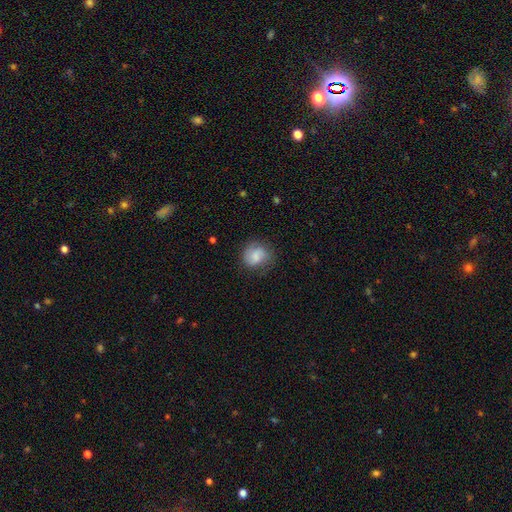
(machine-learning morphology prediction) smooth-or-featured: smooth: 66% | featured or disk: 25% | star or artifact: 8%
  how-rounded: round: 73% | in between: 26% | cigar-shaped: 1%
  merging: none: 67% | minor disturbance: 23% | major disturbance: 9% | merger: 1%